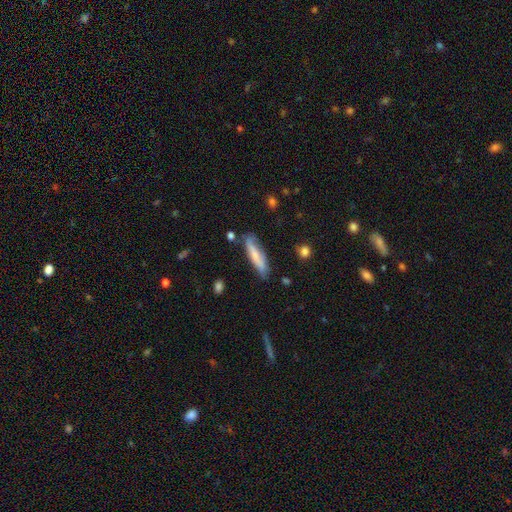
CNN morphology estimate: This is likely a smooth galaxy (62%). How rounded: likely cigar-shaped (78%). Merging: likely none (70%).